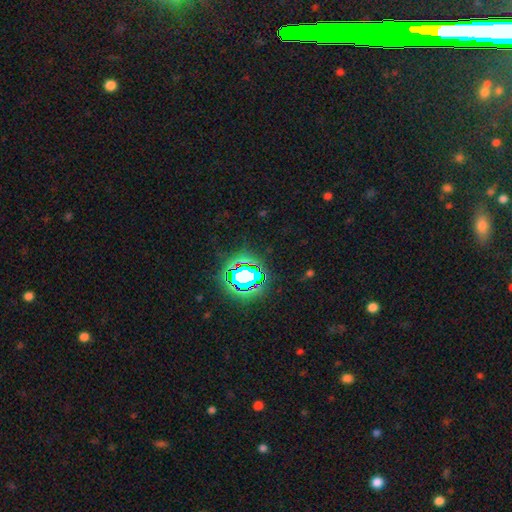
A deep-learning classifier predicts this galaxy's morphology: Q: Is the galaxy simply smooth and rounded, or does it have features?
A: star or artifact — 79%.